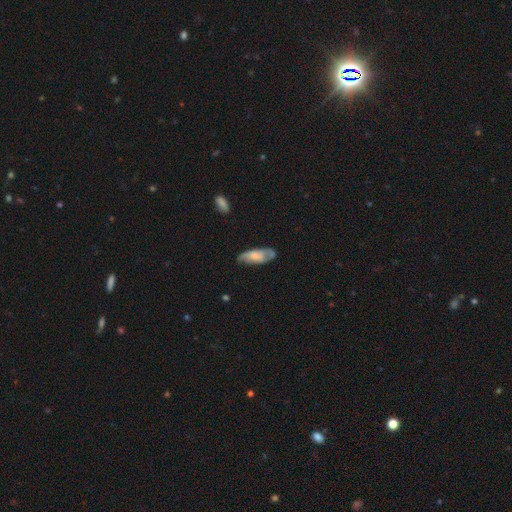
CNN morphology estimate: A smooth galaxy with no disk features (53%) that is in between round and cigar-shaped (75%). Merging: none (58%).